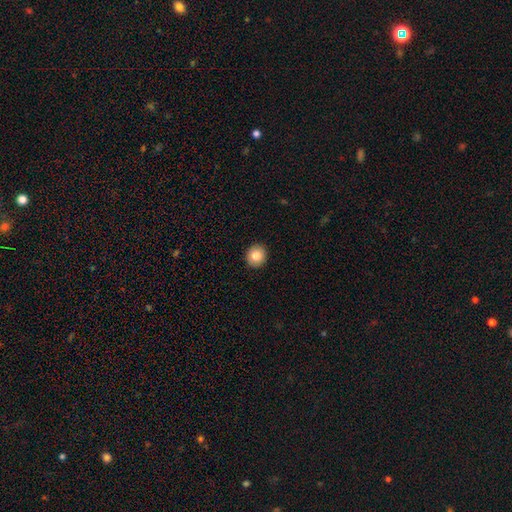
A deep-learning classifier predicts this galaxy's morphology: Smooth or featured: smooth — 81% (featured or disk — 10%)
How rounded: round — 86% (in between — 13%)
Merging: none — 92% (minor disturbance — 5%)